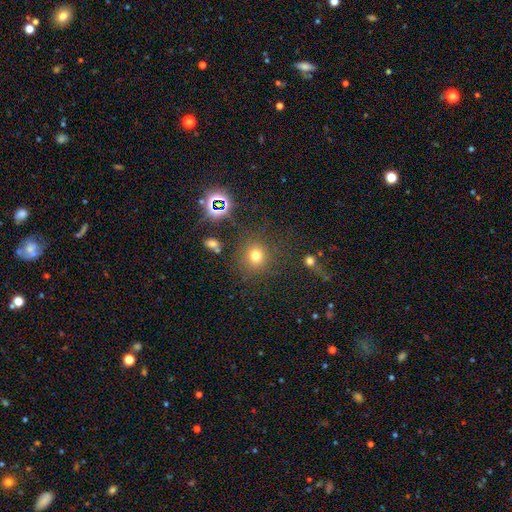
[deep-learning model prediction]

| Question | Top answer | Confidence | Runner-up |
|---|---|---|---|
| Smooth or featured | smooth | 70% | star or artifact (22%) |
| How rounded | round | 89% | in between (10%) |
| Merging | none | 80% | minor disturbance (9%) |